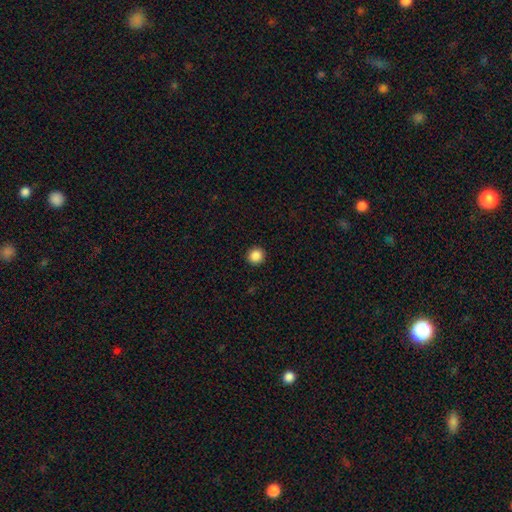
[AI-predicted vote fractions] smooth_or_featured: smooth (p=0.87) [alt: star or artifact p=0.10]
how_rounded: round (p=0.93) [alt: in between p=0.06]
merging: none (p=0.93) [alt: minor disturbance p=0.05]